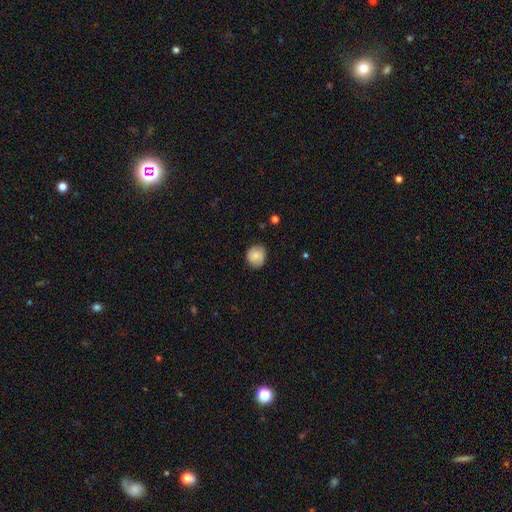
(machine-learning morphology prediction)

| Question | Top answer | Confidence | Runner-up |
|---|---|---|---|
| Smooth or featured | smooth | 72% | featured or disk (20%) |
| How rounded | round | 79% | in between (20%) |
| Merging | none | 78% | minor disturbance (18%) |